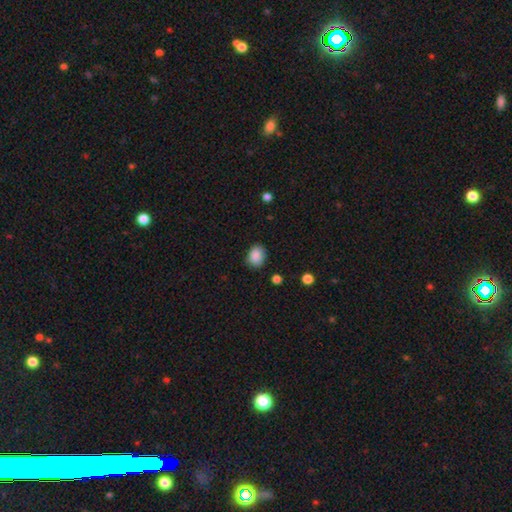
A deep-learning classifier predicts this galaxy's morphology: smooth 88%, star or artifact 8%, featured or disk 4%. Down the decision tree: how rounded — in between (61%); merging — none (81%).